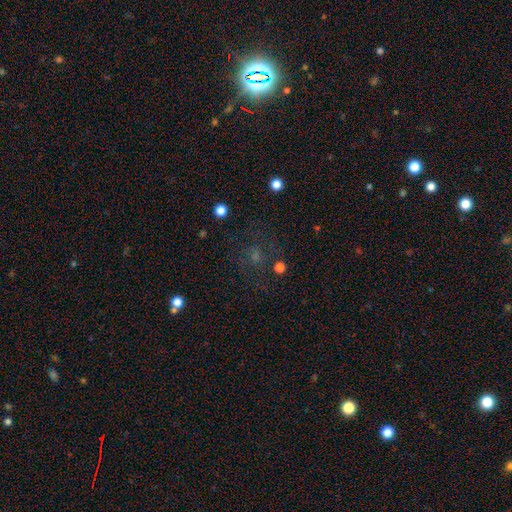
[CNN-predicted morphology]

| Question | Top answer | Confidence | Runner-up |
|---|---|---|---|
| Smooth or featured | smooth | 36% | star or artifact (34%) |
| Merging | none | 64% | major disturbance (17%) |